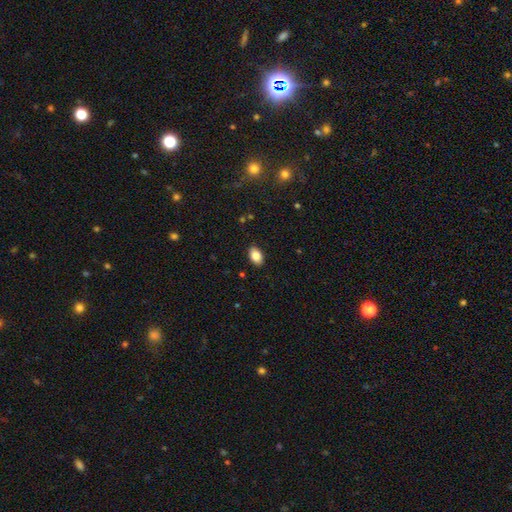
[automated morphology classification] smooth 84%, star or artifact 8%, featured or disk 7%. Down the decision tree: how rounded — in between (88%); merging — none (88%).